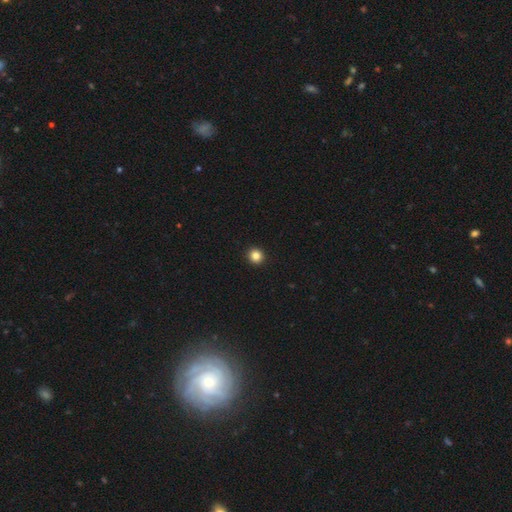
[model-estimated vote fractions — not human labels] Q: Smooth or featured?
A: smooth (84%); runner-up: star or artifact (12%)
Q: How rounded?
A: round (94%); runner-up: in between (5%)
Q: Merging?
A: none (94%); runner-up: minor disturbance (4%)